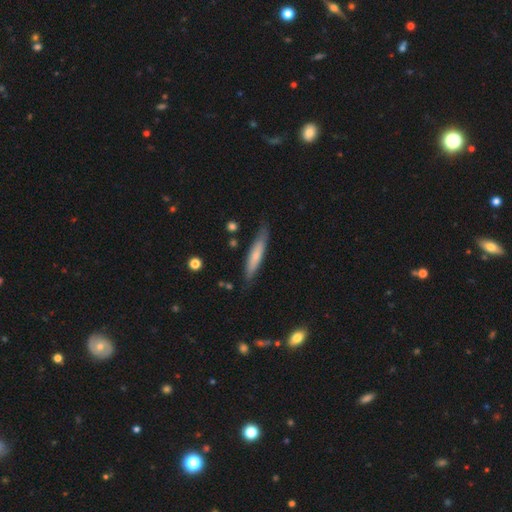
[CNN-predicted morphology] A smooth galaxy with no disk features (62%) that is cigar-shaped (87%).

Vote fractions:
- Smooth or featured? smooth: 62% / featured or disk: 33% / star or artifact: 6%
- How rounded? cigar-shaped: 87% / in between: 11% / round: 1%
- Merging? none: 80% / minor disturbance: 15% / major disturbance: 3% / merger: 2%